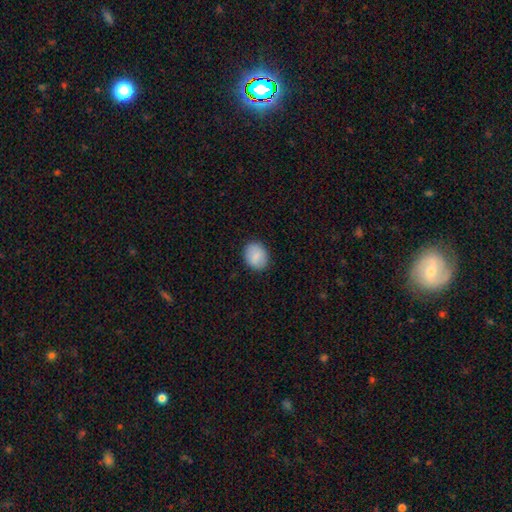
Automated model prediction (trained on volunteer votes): Morphology: type=smooth (85%); roundness=round (59%); merging=none (89%).